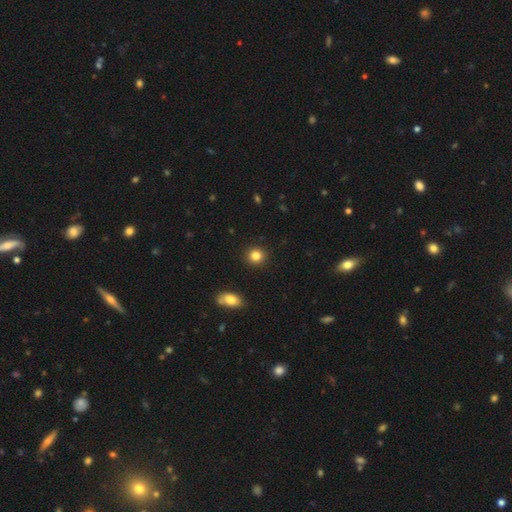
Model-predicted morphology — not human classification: Smooth or featured? Predicted: smooth (p=0.84). How rounded? Predicted: round (p=0.87). Merging? Predicted: none (p=0.91).